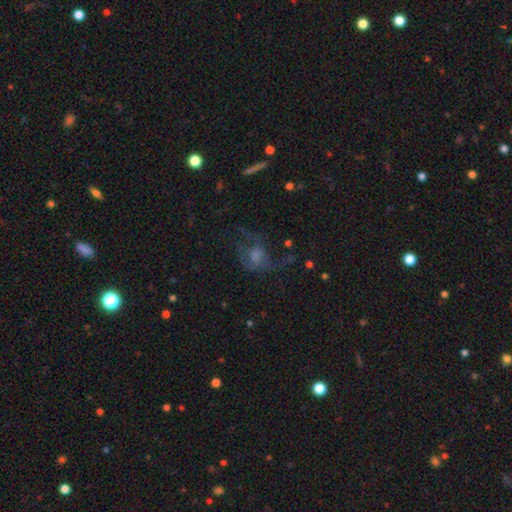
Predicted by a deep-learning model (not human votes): Smooth or featured: featured or disk — 47% (smooth — 33%)
Merging: major disturbance — 40% (tied with none — 40%)